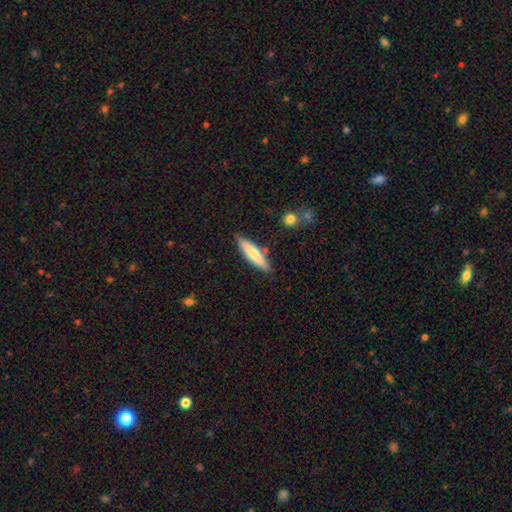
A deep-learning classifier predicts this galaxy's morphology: This appears to be a smooth galaxy with no disk features (69%) that is cigar-shaped (77%). Merging: none (84%).